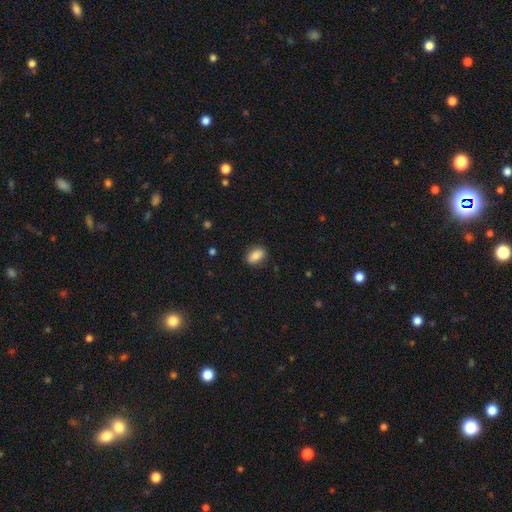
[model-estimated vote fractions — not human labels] The model was most divided on "merging": none: 86%, minor disturbance: 10%, major disturbance: 2%, merger: 1%. More confident: how rounded — in between (88%); smooth or featured — smooth (87%).